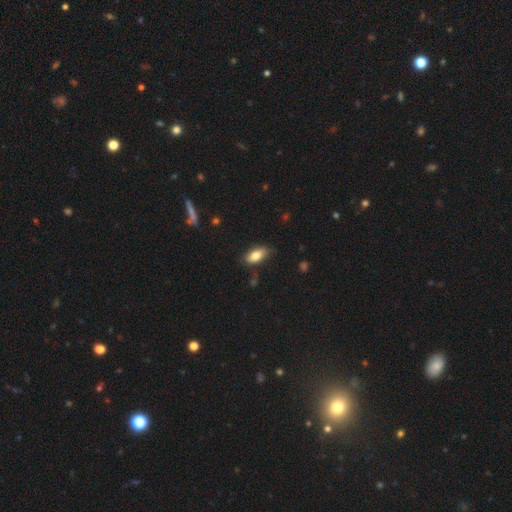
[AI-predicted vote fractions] Morphology: type=smooth (82%); roundness=in between (89%); merging=none (78%).